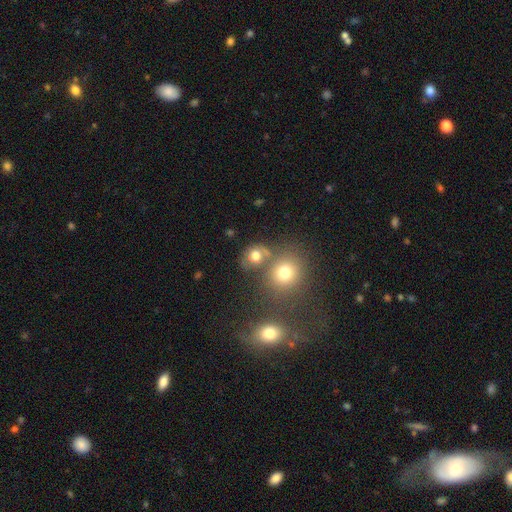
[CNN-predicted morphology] Smooth or featured? smooth (71%)
How rounded? round (70%)
Merging? none (54%)